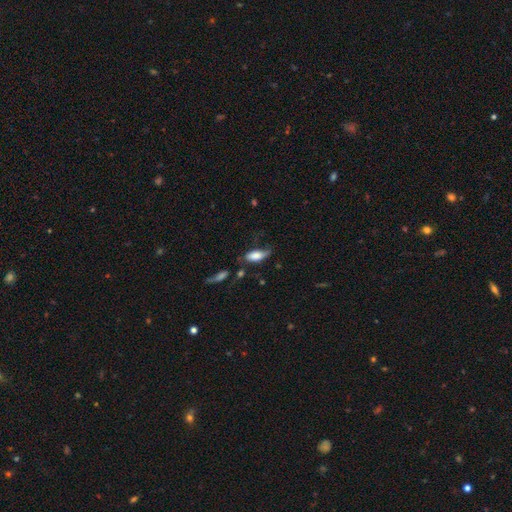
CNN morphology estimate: Smooth or featured? Predicted: smooth (p=0.75). How rounded? Predicted: in between (p=0.81). Merging? Predicted: none (p=0.42).